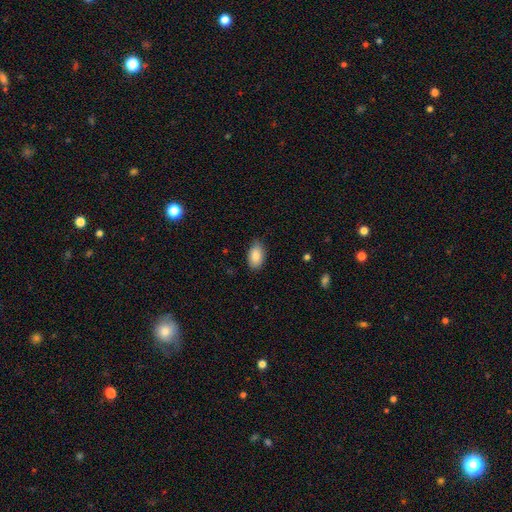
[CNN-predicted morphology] smooth 85%, featured or disk 8%, star or artifact 7%. Down the decision tree: how rounded — in between (93%); merging — none (78%).